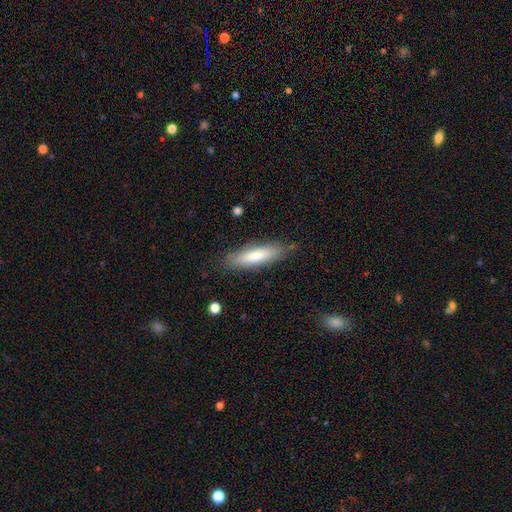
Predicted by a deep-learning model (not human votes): Overall: smooth (76%). How rounded: cigar-shaped (65%; in between 34%). Merging: none (82%).